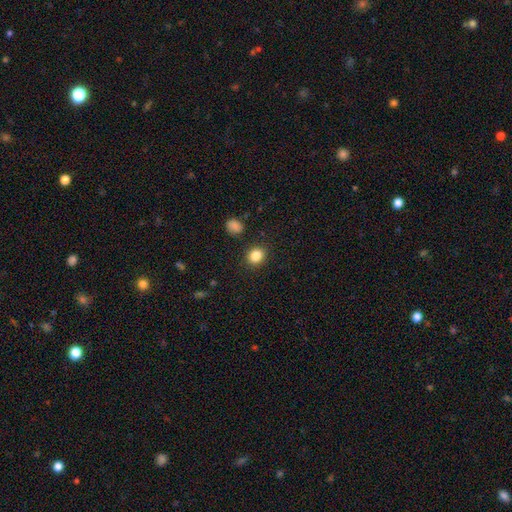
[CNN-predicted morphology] Smooth or featured? Predicted: smooth (p=0.85). How rounded? Predicted: round (p=0.74). Merging? Predicted: none (p=0.89).